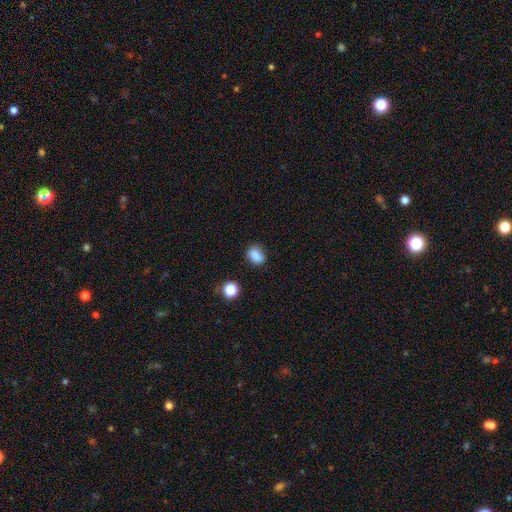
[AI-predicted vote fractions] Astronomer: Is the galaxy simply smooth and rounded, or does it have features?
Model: smooth — 85%.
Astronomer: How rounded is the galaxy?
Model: in between — 66%.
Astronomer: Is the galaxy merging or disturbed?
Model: none — 77%.